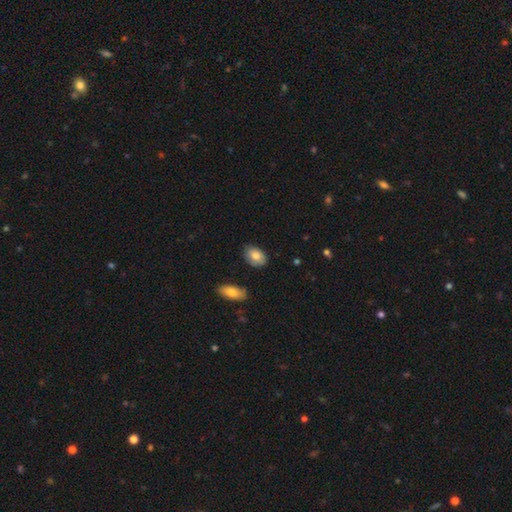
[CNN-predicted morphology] type=smooth (80%); roundness=in between (87%); merging=none (77%).